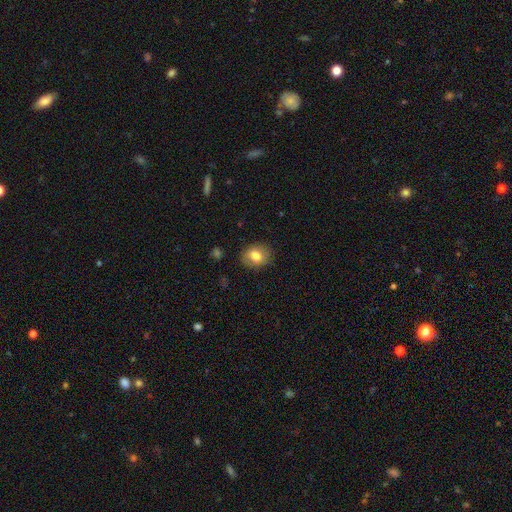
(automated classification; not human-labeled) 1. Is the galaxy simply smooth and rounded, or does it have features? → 80% smooth, 12% featured or disk, 8% star or artifact.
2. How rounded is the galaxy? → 52% round, 47% in between, 1% cigar-shaped.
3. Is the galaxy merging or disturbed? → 85% none, 11% minor disturbance, 3% major disturbance, 1% merger.